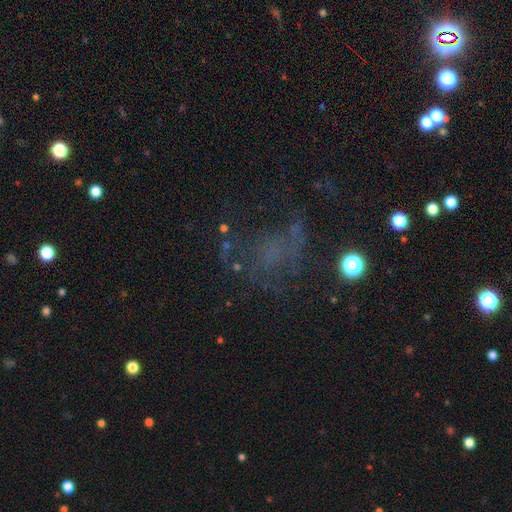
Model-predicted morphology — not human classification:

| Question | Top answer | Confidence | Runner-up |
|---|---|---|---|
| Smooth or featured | star or artifact | 44% | featured or disk (30%) |